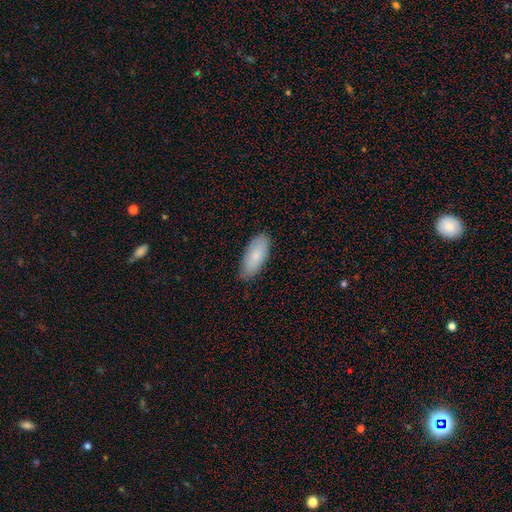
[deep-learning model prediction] Morphology: type=smooth (82%); roundness=in between (85%); merging=none (82%).